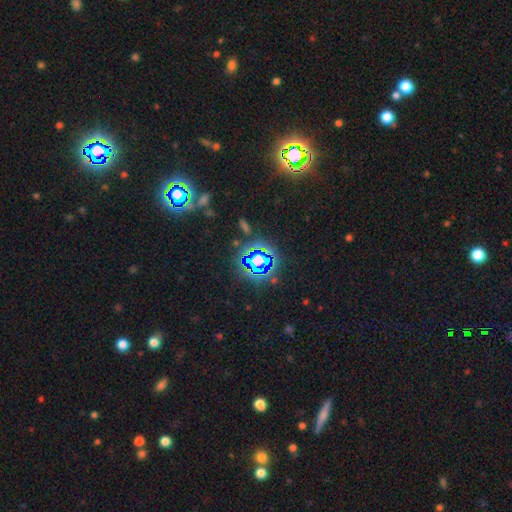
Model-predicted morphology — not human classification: Overall: star or artifact (74%).